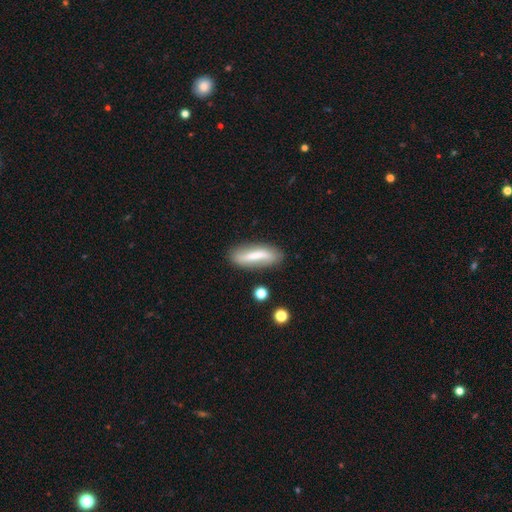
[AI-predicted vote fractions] This appears to be a smooth galaxy with no disk features (59%) that is cigar-shaped (57%). Merging: none (79%).